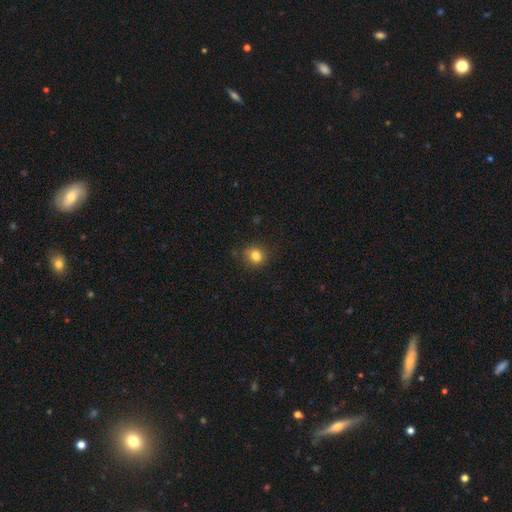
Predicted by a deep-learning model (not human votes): This is clearly a smooth galaxy (82%). How rounded: clearly round (80%). Merging: likely none (80%).